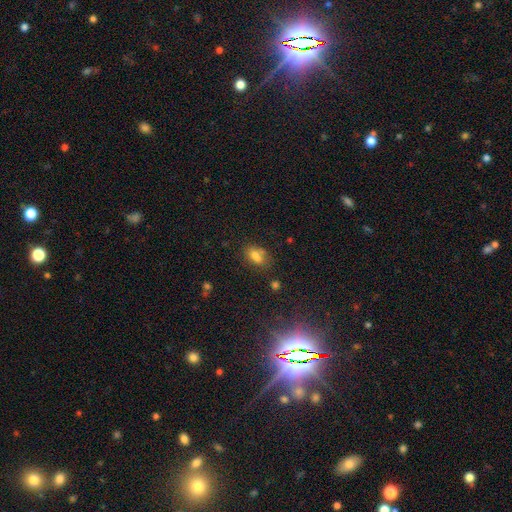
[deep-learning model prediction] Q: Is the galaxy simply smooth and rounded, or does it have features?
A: smooth — 69%.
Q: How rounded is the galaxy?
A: in between — 76%.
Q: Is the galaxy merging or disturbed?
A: none — 50%.